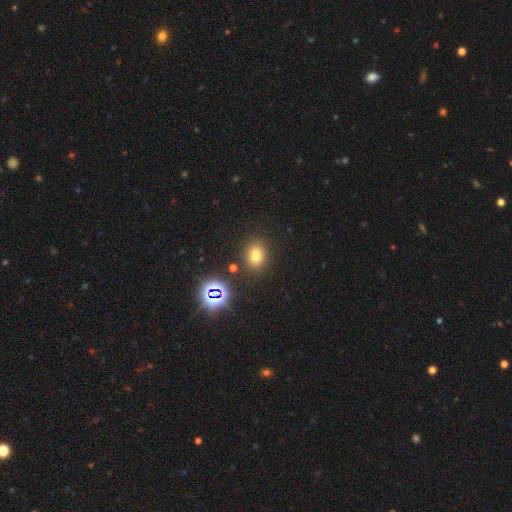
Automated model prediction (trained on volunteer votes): Overall: smooth (70%). How rounded: in between (51%; round 48%). Merging: none (84%).